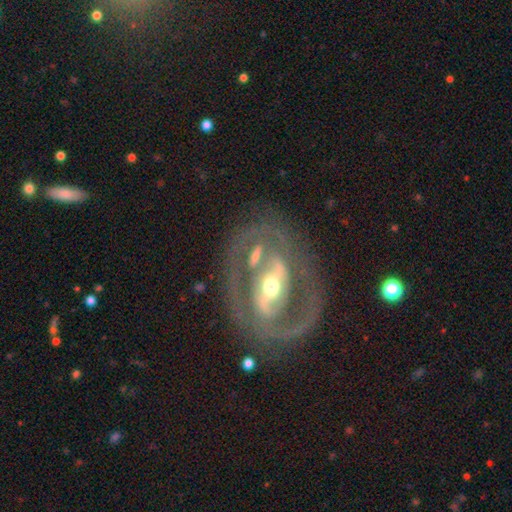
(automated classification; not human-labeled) Smooth or featured?
  - featured or disk: 83% *
  - smooth: 11%
  - star or artifact: 6%
Edge-on disk?
  - no: 93% *
  - yes: 7%
Bar?
  - strong: 56% *
  - weak: 25%
  - no: 19%
Spiral arms?
  - yes: 65% *
  - no: 35%
Spiral winding?
  - tight: 44% *
  - medium: 40%
  - loose: 16%
Spiral arm count?
  - 2: 69% *
  - can't tell: 16%
  - 1: 7%
  - 3: 4%
  - 4: 2%
  - more than 4: 2%
Bulge size?
  - moderate: 68% *
  - small: 23%
  - large: 7%
  - dominant: 1%
  - none: 1%
Merging?
  - none: 65% *
  - minor disturbance: 16%
  - major disturbance: 13%
  - merger: 6%